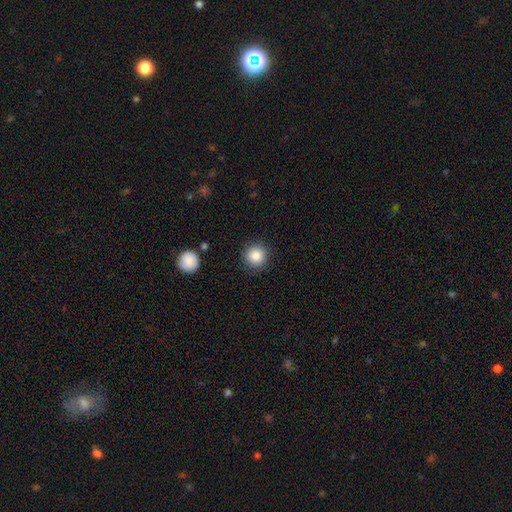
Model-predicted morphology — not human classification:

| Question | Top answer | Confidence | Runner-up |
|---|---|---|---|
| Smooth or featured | smooth | 86% | star or artifact (9%) |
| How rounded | round | 94% | in between (5%) |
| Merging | none | 89% | minor disturbance (7%) |